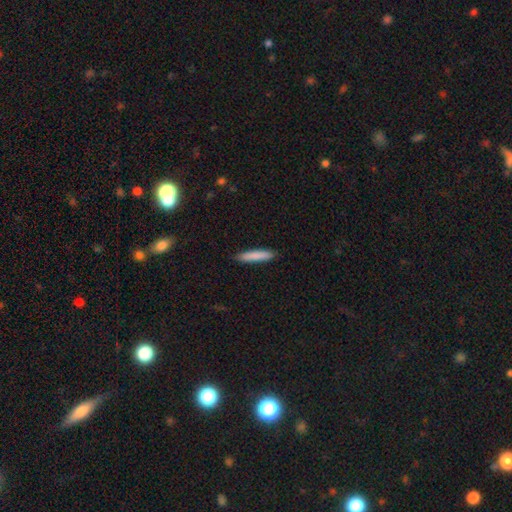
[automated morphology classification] Smooth or featured? Predicted: smooth (p=0.85). How rounded? Predicted: cigar-shaped (p=0.89). Merging? Predicted: none (p=0.88).